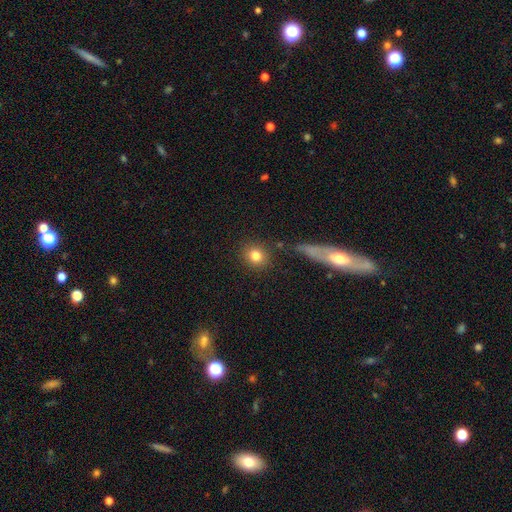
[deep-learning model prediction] Morphology: type=smooth (82%); roundness=round (84%); merging=none (84%).